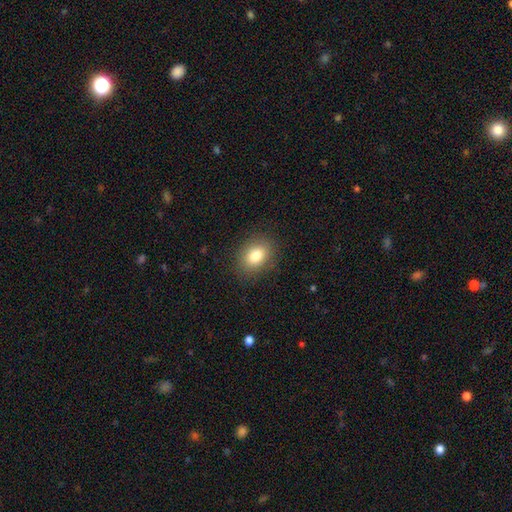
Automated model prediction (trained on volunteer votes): Overall: smooth (82%). How rounded: in between (66%; round 33%). Merging: none (86%).